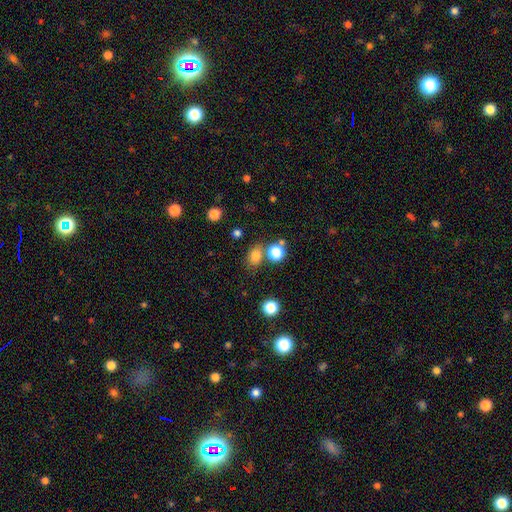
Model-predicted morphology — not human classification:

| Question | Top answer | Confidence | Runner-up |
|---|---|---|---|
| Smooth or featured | smooth | 79% | star or artifact (15%) |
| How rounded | round | 50% | in between (49%) |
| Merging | none | 67% | merger (17%) |